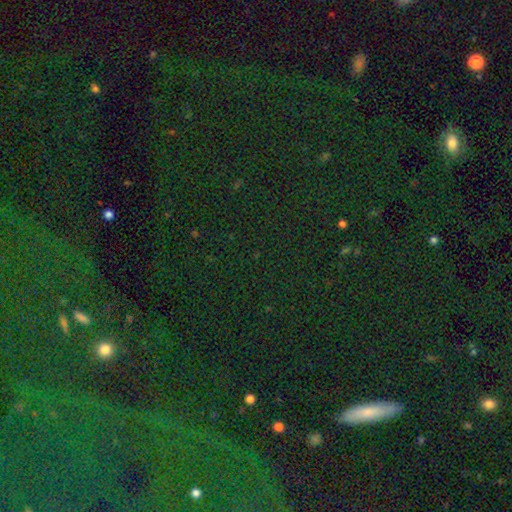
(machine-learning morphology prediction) A star or artifact, not a galaxy (78%).